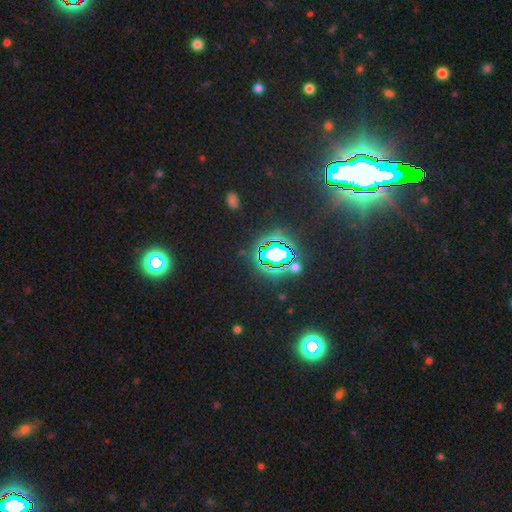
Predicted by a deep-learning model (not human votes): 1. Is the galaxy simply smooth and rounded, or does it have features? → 82% star or artifact, 10% smooth, 8% featured or disk.